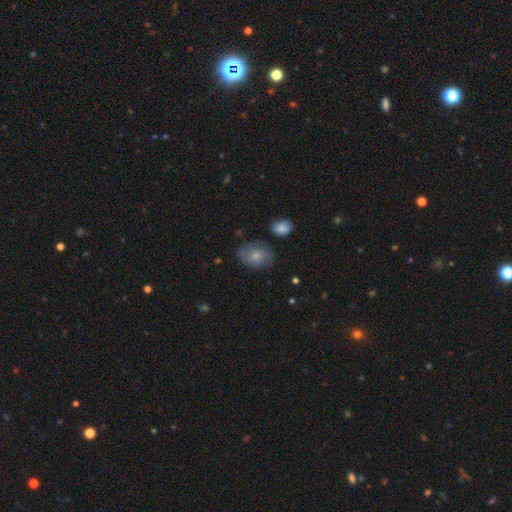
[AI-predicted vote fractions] smooth_or_featured: smooth (p=0.76) [alt: featured or disk p=0.17]
how_rounded: in between (p=0.69) [alt: round p=0.30]
merging: none (p=0.71) [alt: minor disturbance p=0.21]